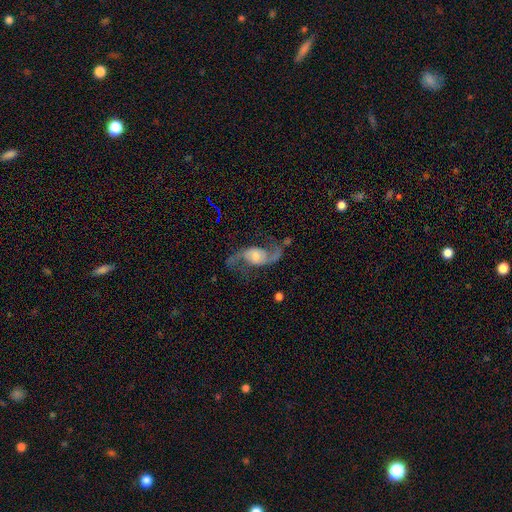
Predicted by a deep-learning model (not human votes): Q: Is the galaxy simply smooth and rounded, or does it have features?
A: featured or disk — 88%.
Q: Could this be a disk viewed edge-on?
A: no — 97%.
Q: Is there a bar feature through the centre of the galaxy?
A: no — 52%.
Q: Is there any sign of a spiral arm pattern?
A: yes — 96%.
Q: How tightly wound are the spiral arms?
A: loose — 66%.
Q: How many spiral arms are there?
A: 2 — 93%.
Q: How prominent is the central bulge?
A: moderate — 42%.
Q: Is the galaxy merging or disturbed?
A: none — 71%.